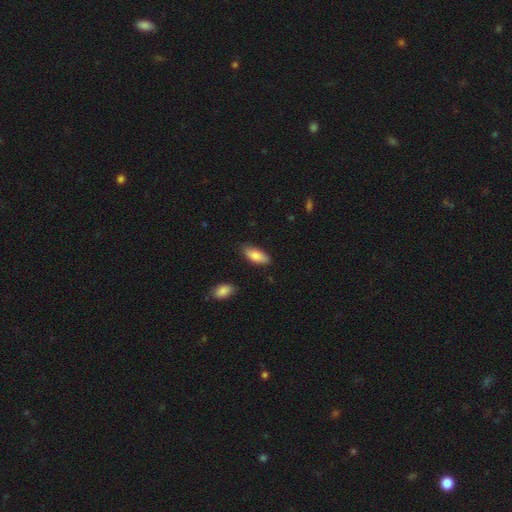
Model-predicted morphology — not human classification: This appears to be a smooth galaxy with no disk features (84%) that is in between round and cigar-shaped (82%). Merging: none (81%).